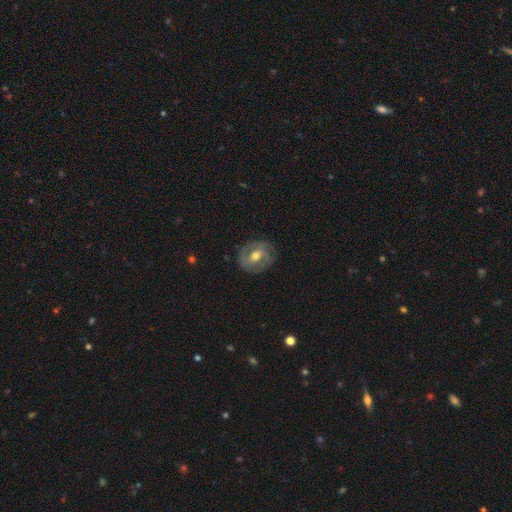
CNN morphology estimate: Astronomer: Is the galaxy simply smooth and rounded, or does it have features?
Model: featured or disk — 66%.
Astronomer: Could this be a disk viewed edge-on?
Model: no — 96%.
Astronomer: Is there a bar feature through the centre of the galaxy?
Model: weak — 45% (runner-up: no, 33%).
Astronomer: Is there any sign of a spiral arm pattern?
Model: yes — 73%.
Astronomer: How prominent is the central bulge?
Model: moderate — 73%.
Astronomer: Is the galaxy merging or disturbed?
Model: none — 78%.